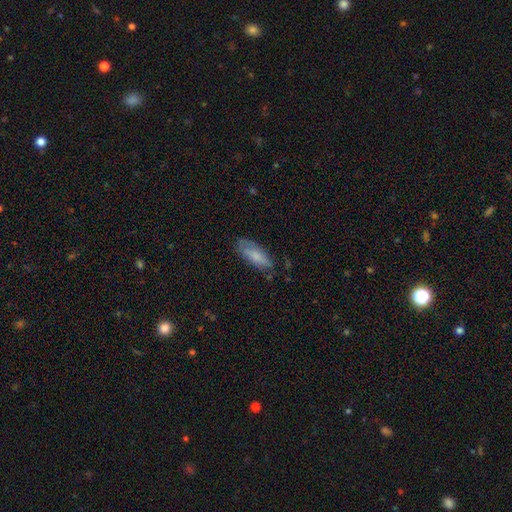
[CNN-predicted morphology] Overall: smooth (74%). How rounded: in between (63%; cigar-shaped 35%). Merging: none (68%).